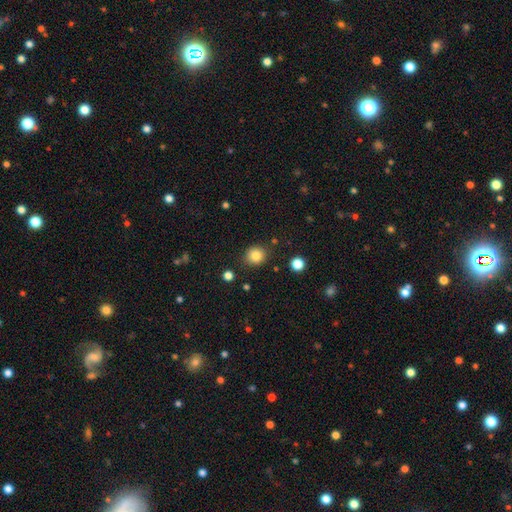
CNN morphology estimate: A smooth galaxy with no disk features (84%) that is round (83%). Merging: none (85%).